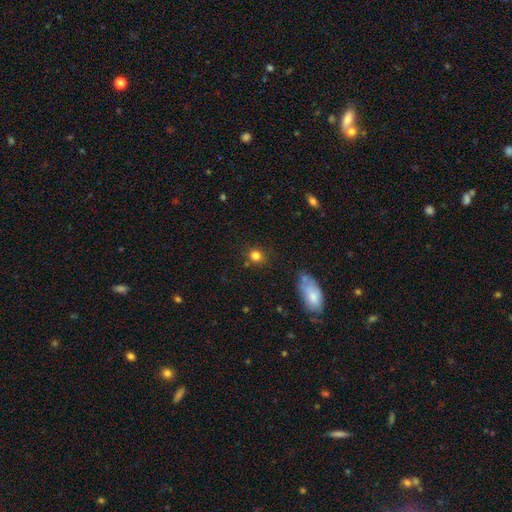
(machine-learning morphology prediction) smooth 80%, star or artifact 13%, featured or disk 7%. Down the decision tree: how rounded — round (80%); merging — none (80%).